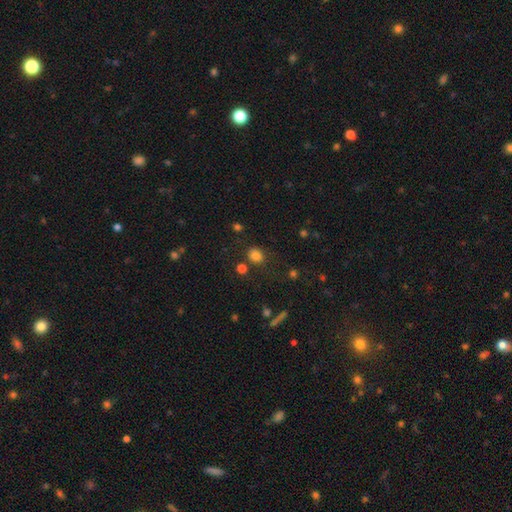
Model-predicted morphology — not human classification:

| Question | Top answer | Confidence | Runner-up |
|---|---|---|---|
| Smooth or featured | smooth | 79% | star or artifact (15%) |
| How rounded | round | 55% | in between (44%) |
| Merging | none | 73% | minor disturbance (14%) |